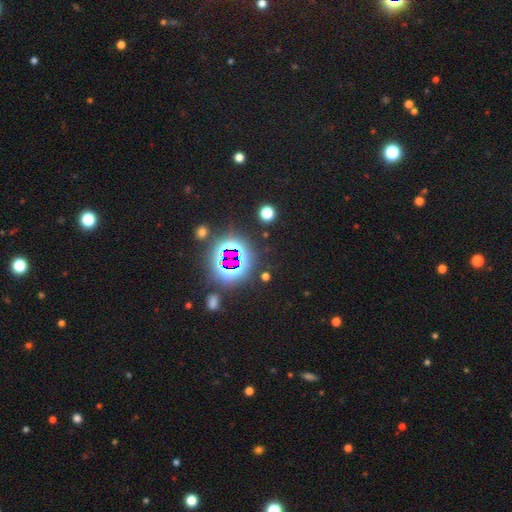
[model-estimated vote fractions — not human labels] star or artifact 76%, smooth 13%, featured or disk 11%.